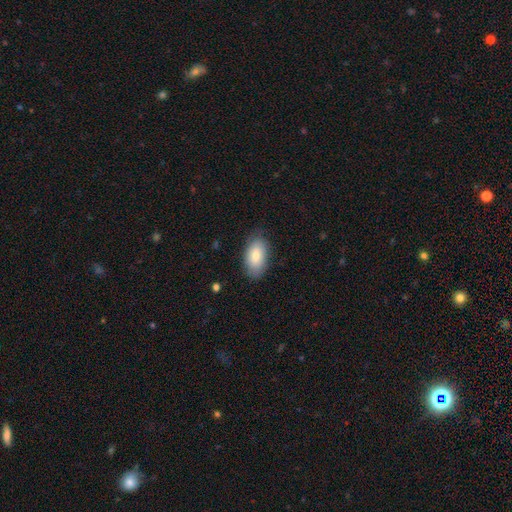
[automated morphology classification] type=smooth (79%); roundness=in between (93%); merging=none (79%).